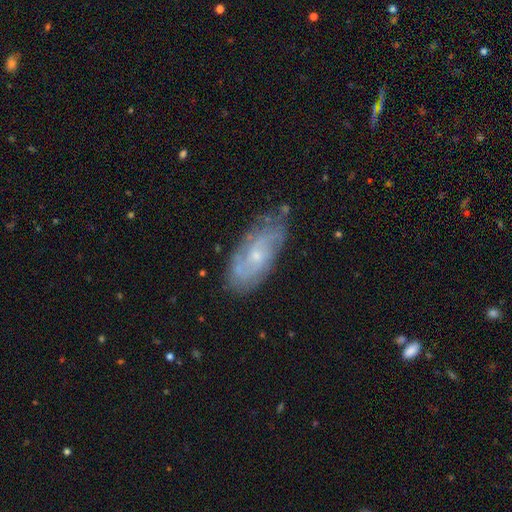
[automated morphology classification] type=featured or disk (74%); edge-on=no (93%); bar=no (65%); spiral arms=yes (90%); winding=tight (44%); arm count=2 (42%); bulge=small (71%); merging=none (72%).